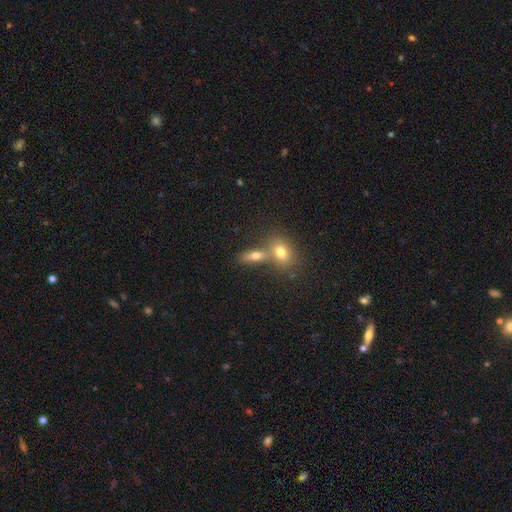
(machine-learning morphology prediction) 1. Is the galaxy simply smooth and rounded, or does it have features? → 70% smooth, 19% featured or disk, 11% star or artifact.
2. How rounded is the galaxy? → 63% in between, 19% round, 18% cigar-shaped.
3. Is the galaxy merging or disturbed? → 45% merger, 42% none, 9% minor disturbance, 4% major disturbance.